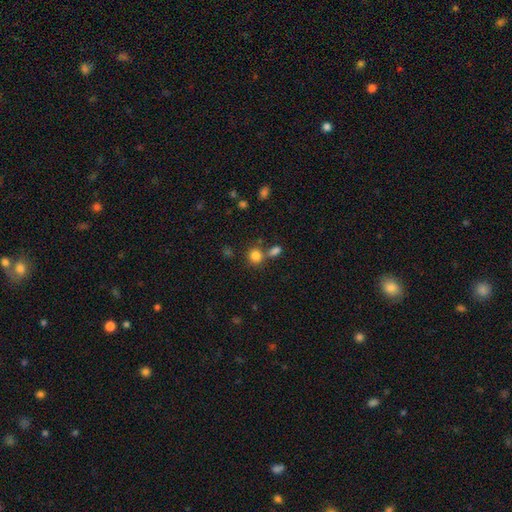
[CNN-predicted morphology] Smooth or featured?
  - smooth: 82% *
  - star or artifact: 12%
  - featured or disk: 6%
How rounded?
  - round: 80% *
  - in between: 19%
  - cigar-shaped: 1%
Merging?
  - none: 63% *
  - merger: 23%
  - minor disturbance: 10%
  - major disturbance: 4%